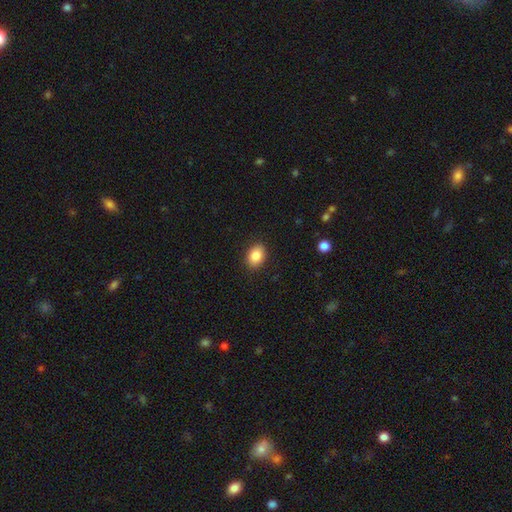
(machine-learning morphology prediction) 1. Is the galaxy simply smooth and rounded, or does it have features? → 86% smooth, 8% star or artifact, 6% featured or disk.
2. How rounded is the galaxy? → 72% in between, 27% round, 1% cigar-shaped.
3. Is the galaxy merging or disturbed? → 89% none, 7% minor disturbance, 2% major disturbance, 1% merger.